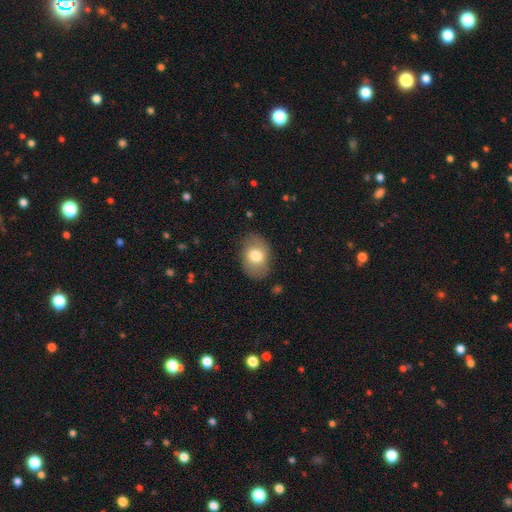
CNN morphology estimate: smooth-or-featured: smooth: 72% | featured or disk: 21% | star or artifact: 7%
  how-rounded: in between: 79% | round: 20% | cigar-shaped: 1%
  merging: none: 81% | minor disturbance: 14% | major disturbance: 4% | merger: 1%